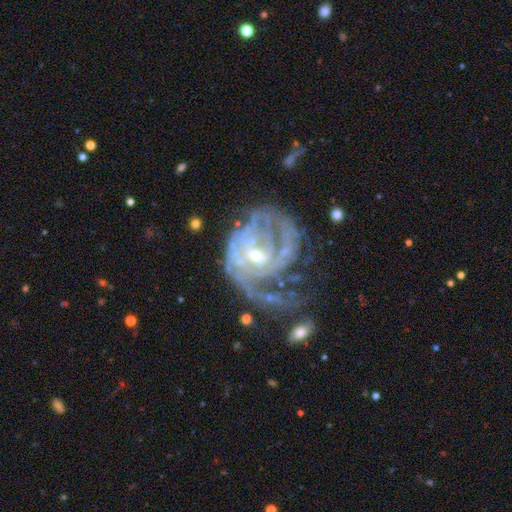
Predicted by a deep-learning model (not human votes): This is clearly a featured or disk galaxy (87%). It is clearly not viewed edge-on (98%). Bar: likely no (68%). Spiral arm pattern: clearly yes (91%). Spiral arm count: marginally can't tell (31%). Spiral winding: possibly tight (52%). Central bulge: likely small (75%). Merging: marginally major disturbance (37%).